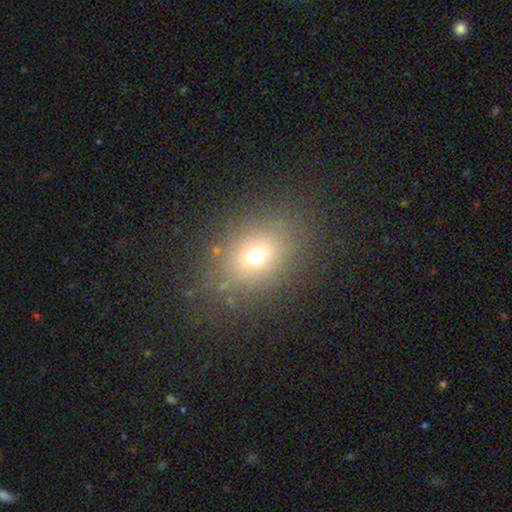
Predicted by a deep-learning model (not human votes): Morphology: type=smooth (66%); roundness=round (51%); merging=none (79%).